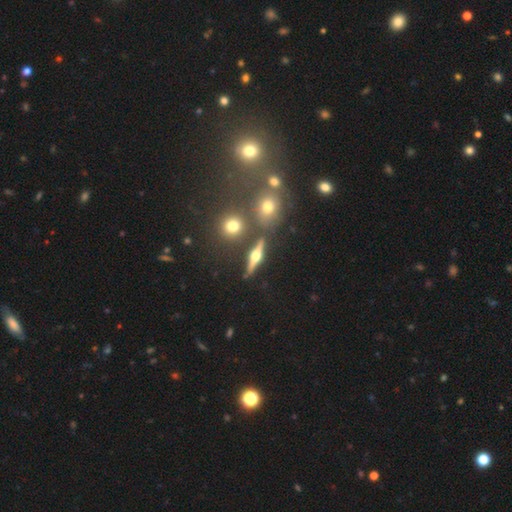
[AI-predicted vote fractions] featured or disk 73%, smooth 17%, star or artifact 10%. Down the decision tree: edge-on disk — yes (92%); edge-on bulge — rounded (96%); merging — none (82%).